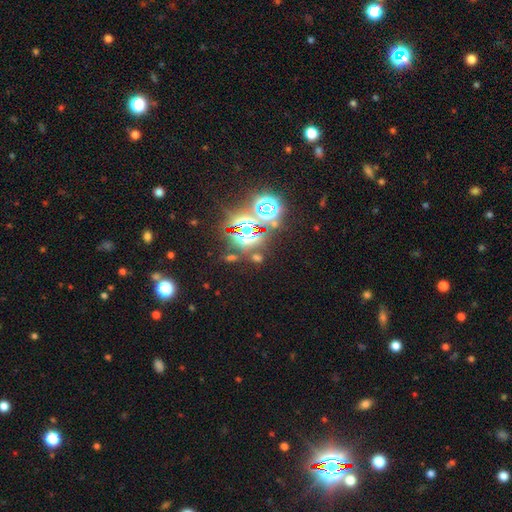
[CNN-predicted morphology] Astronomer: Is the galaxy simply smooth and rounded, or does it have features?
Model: star or artifact — 76%.